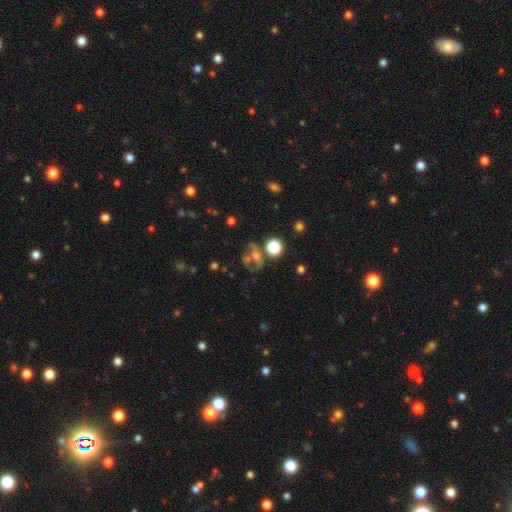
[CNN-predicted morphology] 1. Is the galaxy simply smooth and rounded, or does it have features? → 38% featured or disk, 32% smooth, 29% star or artifact.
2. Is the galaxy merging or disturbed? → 41% none, 22% major disturbance, 21% merger, 16% minor disturbance.